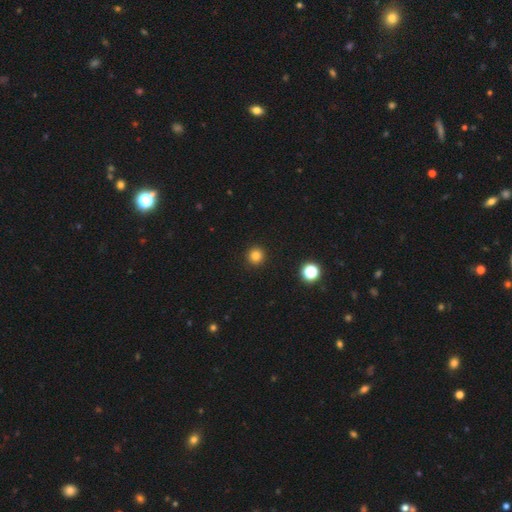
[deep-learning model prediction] This appears to be a smooth galaxy with no disk features (82%) that is round (96%). Merging: none (93%).